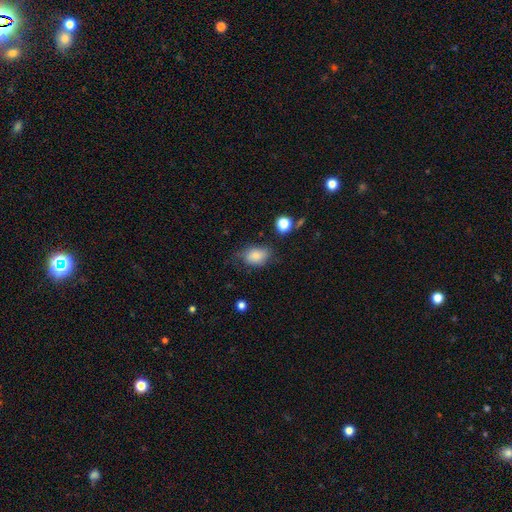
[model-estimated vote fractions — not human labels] smooth-or-featured: smooth: 82% | star or artifact: 9% | featured or disk: 9%
  how-rounded: in between: 80% | round: 19% | cigar-shaped: 1%
  merging: none: 57% | minor disturbance: 29% | major disturbance: 11% | merger: 3%